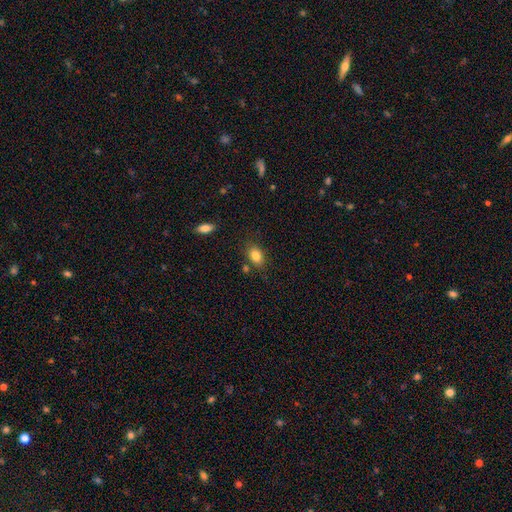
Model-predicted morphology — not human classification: Smooth or featured?
  - smooth: 83% *
  - star or artifact: 9%
  - featured or disk: 8%
How rounded?
  - in between: 80% *
  - round: 18%
  - cigar-shaped: 2%
Merging?
  - none: 77% *
  - minor disturbance: 13%
  - merger: 6%
  - major disturbance: 3%